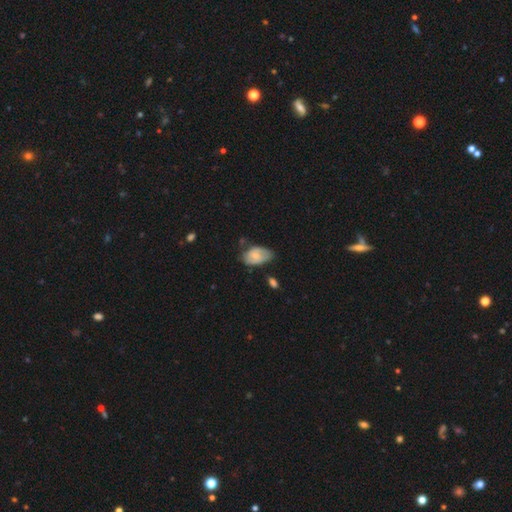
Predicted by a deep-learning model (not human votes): A smooth galaxy with no disk features (61%) that is in between round and cigar-shaped (91%). Merging: none (48%).